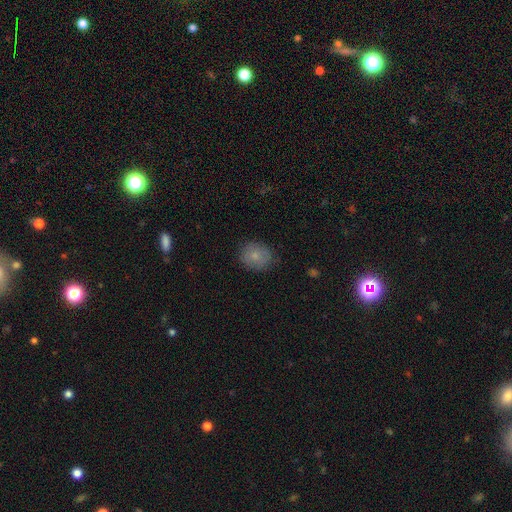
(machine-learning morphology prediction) This is clearly a smooth galaxy (81%). How rounded: likely round (69%). Merging: clearly none (81%).